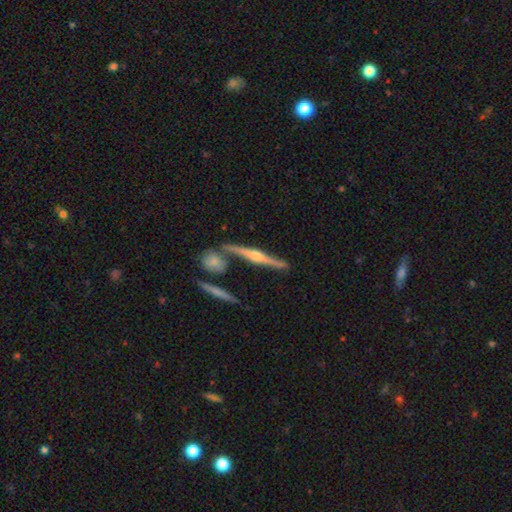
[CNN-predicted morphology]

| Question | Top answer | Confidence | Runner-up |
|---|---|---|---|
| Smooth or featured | featured or disk | 83% | smooth (12%) |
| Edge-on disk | yes | 97% | no (3%) |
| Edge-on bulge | rounded | 91% | boxy (5%) |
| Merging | none | 80% | minor disturbance (9%) |